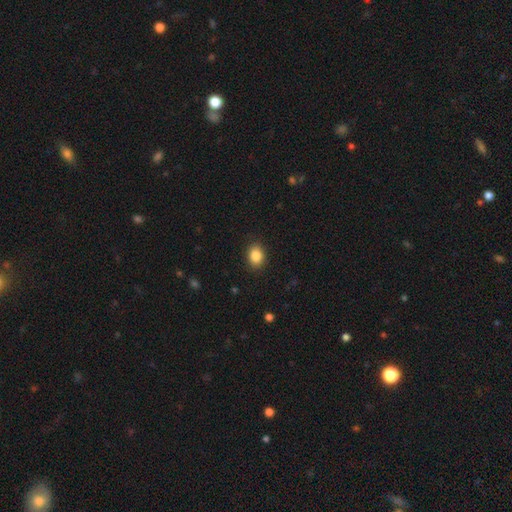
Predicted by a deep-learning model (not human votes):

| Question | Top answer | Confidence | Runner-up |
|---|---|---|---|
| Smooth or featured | smooth | 87% | star or artifact (9%) |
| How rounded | in between | 60% | round (39%) |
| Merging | none | 88% | minor disturbance (8%) |